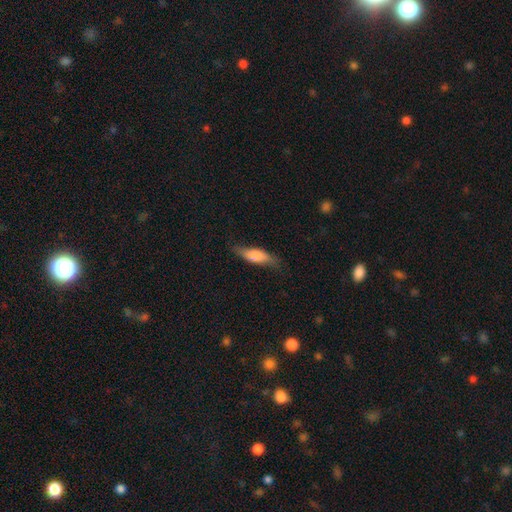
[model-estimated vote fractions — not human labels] Smooth or featured?
  - smooth: 73% *
  - featured or disk: 21%
  - star or artifact: 6%
How rounded?
  - in between: 52% *
  - cigar-shaped: 46%
  - round: 2%
Merging?
  - none: 69% *
  - minor disturbance: 23%
  - major disturbance: 6%
  - merger: 1%